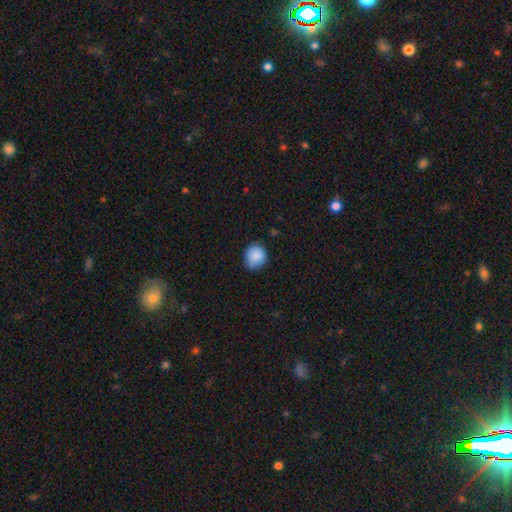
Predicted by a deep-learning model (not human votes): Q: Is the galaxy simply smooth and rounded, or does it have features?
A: smooth — 87%.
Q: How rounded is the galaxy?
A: round — 79%.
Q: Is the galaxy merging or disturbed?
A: none — 72%.